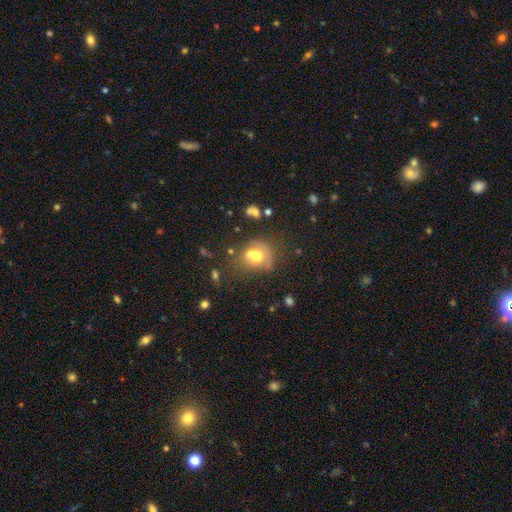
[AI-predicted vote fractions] Morphology: type=smooth (56%); roundness=round (59%); merging=merger (39%).